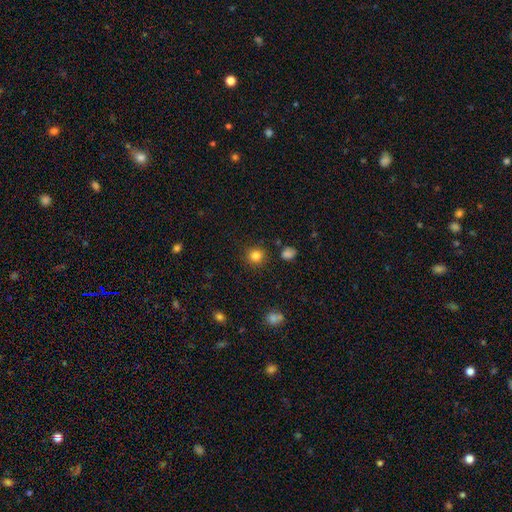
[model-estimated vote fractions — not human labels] Morphology: type=smooth (82%); roundness=round (92%); merging=none (89%).